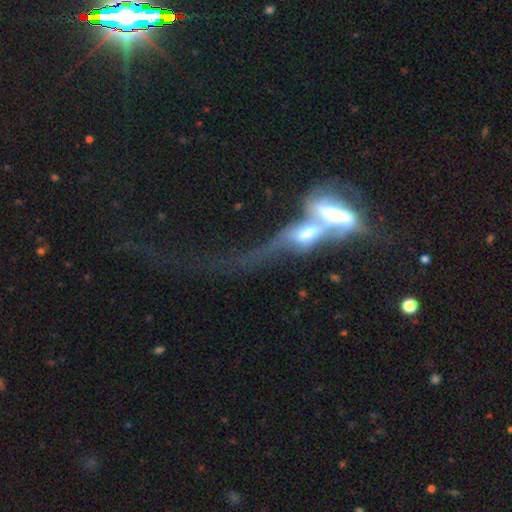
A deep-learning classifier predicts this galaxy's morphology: A featured or disk galaxy (57%).

Vote fractions:
- Smooth or featured? featured or disk: 57% / smooth: 28% / star or artifact: 15%
- Edge-on disk? no: 70% / yes: 30%
- Merging? merger: 76% / major disturbance: 14% / none: 7% / minor disturbance: 4%